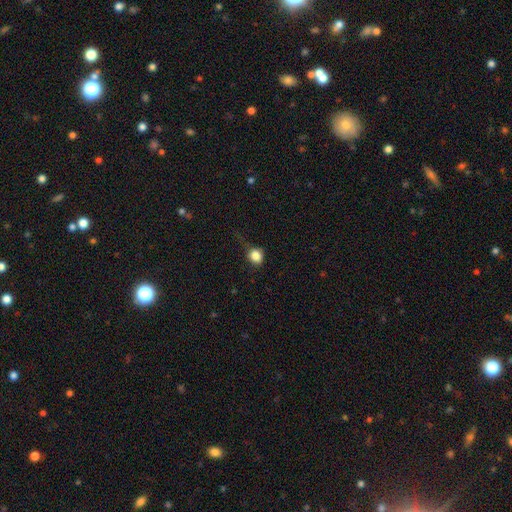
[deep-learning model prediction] Morphology: type=smooth (84%); roundness=round (78%); merging=none (61%).